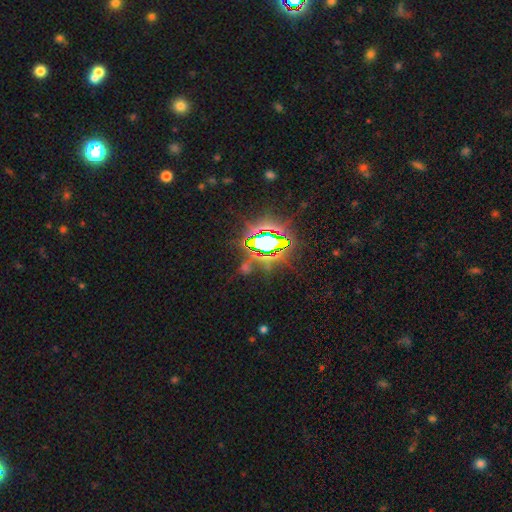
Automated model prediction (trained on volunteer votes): The model was most divided on "smooth or featured": star or artifact: 84%, smooth: 9%, featured or disk: 7%.